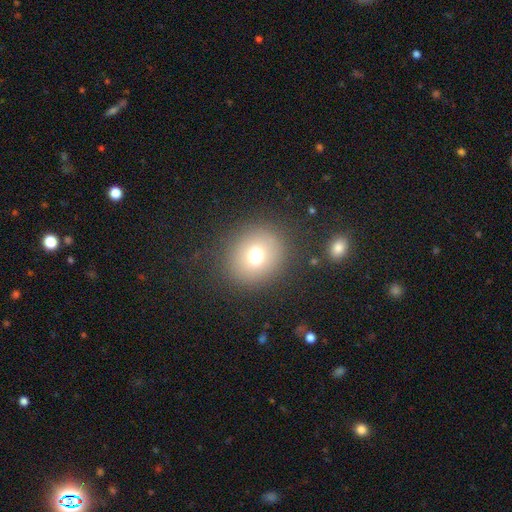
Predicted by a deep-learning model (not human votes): smooth-or-featured: smooth: 70% | star or artifact: 17% | featured or disk: 13%
  how-rounded: round: 82% | in between: 17% | cigar-shaped: 1%
  merging: none: 86% | minor disturbance: 7% | major disturbance: 3% | merger: 3%